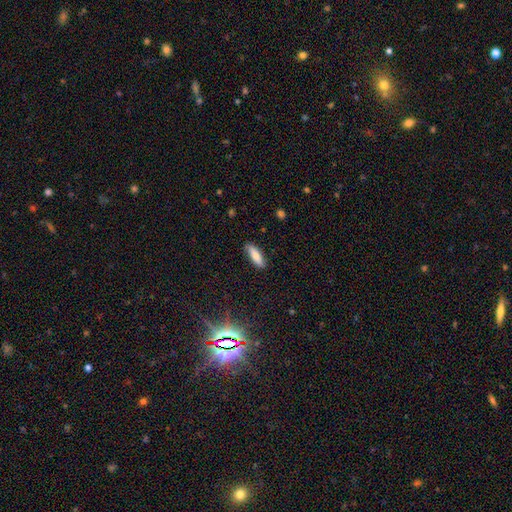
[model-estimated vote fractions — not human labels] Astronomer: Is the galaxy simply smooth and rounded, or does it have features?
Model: smooth — 74%.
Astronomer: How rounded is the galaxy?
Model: cigar-shaped — 55% (runner-up: in between, 43%).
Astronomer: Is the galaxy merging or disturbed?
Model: none — 85%.